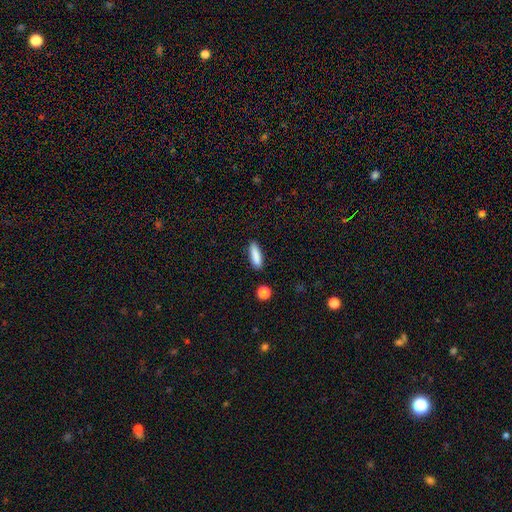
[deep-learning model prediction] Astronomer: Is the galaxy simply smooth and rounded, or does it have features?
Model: smooth — 87%.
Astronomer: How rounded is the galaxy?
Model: cigar-shaped — 60% (runner-up: in between, 38%).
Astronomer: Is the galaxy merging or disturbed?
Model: none — 86%.